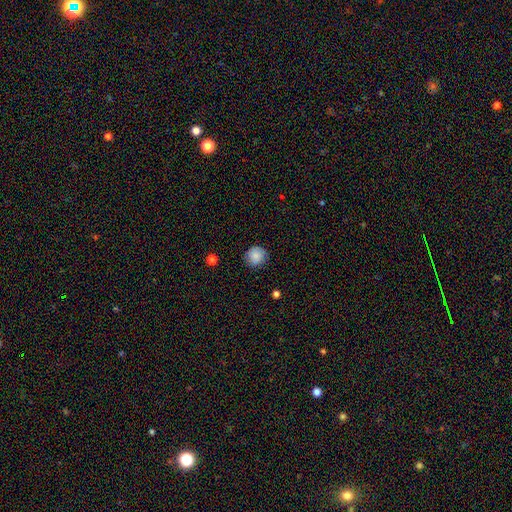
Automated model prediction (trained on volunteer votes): Smooth or featured? smooth (83%)
How rounded? round (92%)
Merging? none (82%)